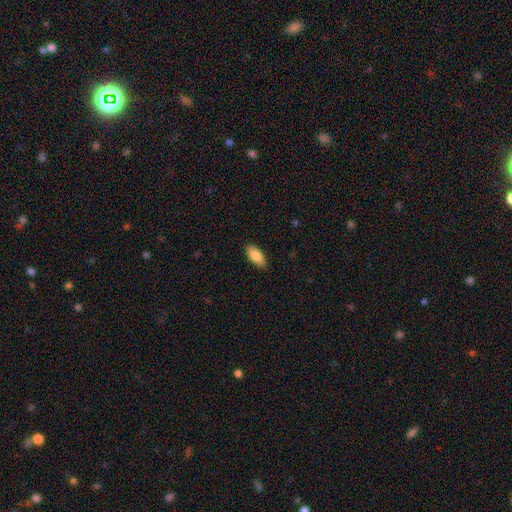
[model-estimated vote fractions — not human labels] This appears to be a smooth galaxy with no disk features (86%) that is in between round and cigar-shaped (88%). Merging: none (88%).